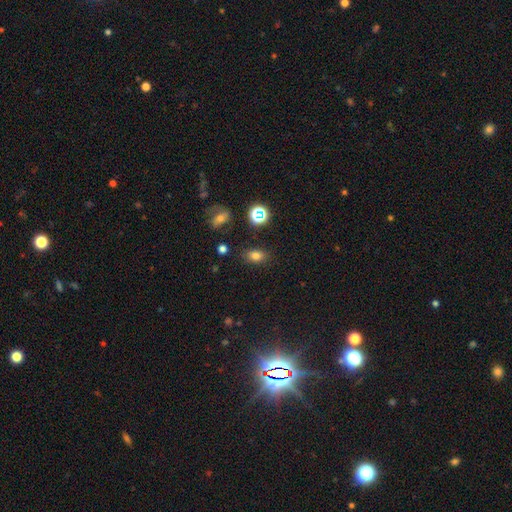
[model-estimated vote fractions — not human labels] This appears to be a smooth galaxy with no disk features (74%) that is in between round and cigar-shaped (75%). Merging: none (83%).